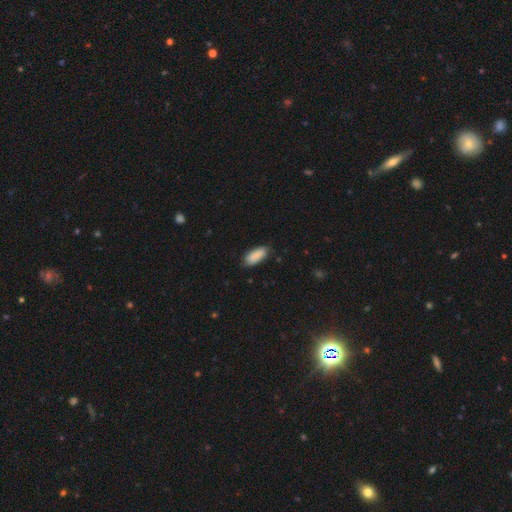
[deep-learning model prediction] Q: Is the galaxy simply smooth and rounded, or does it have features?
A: smooth — 89%.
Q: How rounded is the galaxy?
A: in between — 85%.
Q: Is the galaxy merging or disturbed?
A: none — 78%.